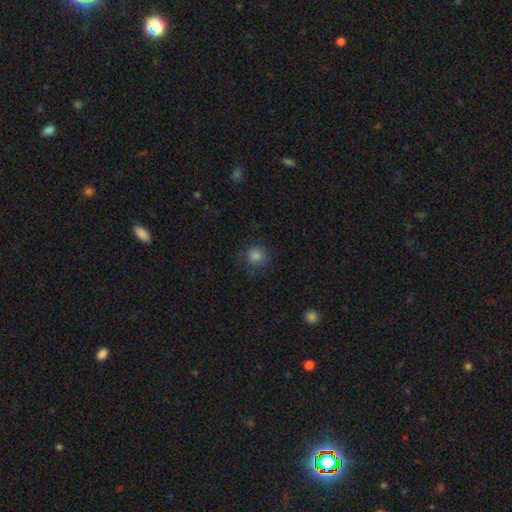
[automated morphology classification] type=smooth (82%); roundness=round (91%); merging=none (80%).